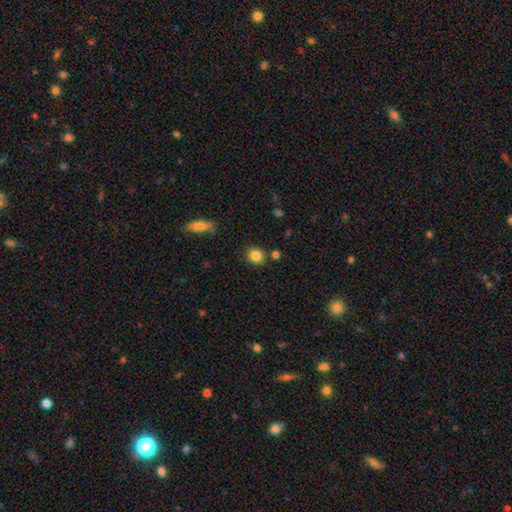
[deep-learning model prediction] Q: Smooth or featured?
A: smooth (84%); runner-up: star or artifact (10%)
Q: How rounded?
A: round (68%); runner-up: in between (31%)
Q: Merging?
A: none (82%); runner-up: minor disturbance (10%)